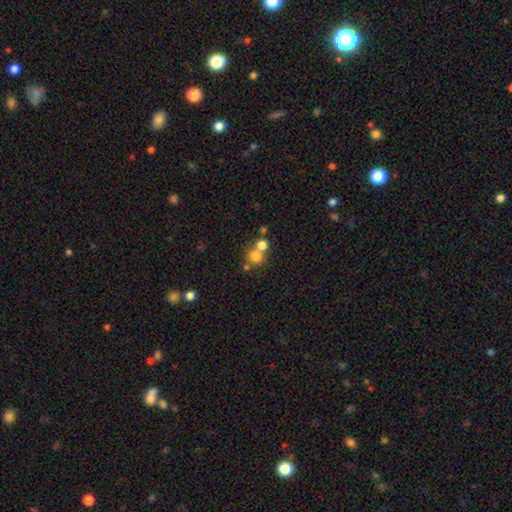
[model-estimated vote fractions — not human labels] smooth 75%, star or artifact 14%, featured or disk 11%. Down the decision tree: how rounded — round (86%); merging — none (49%).